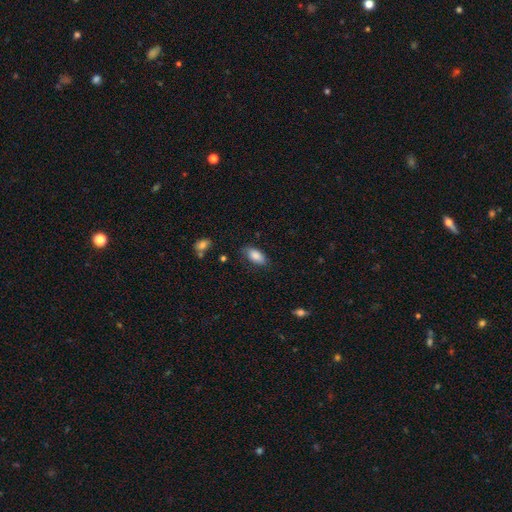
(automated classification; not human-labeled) Smooth or featured?
  - smooth: 85% *
  - featured or disk: 8%
  - star or artifact: 7%
How rounded?
  - in between: 91% *
  - cigar-shaped: 6%
  - round: 3%
Merging?
  - none: 78% *
  - minor disturbance: 17%
  - major disturbance: 4%
  - merger: 1%